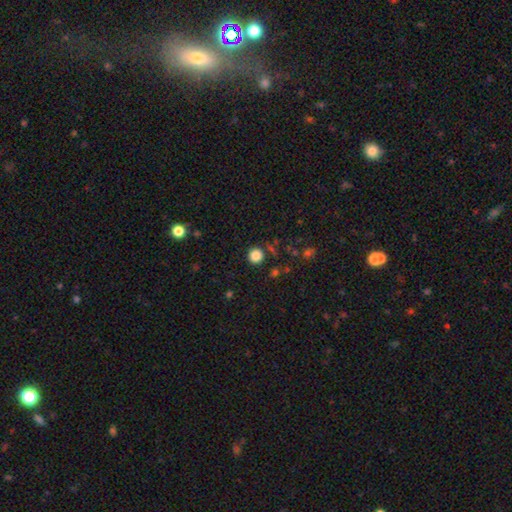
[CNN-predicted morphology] Smooth or featured: smooth — 85% (star or artifact — 12%)
How rounded: round — 93% (in between — 6%)
Merging: none — 89% (minor disturbance — 6%)